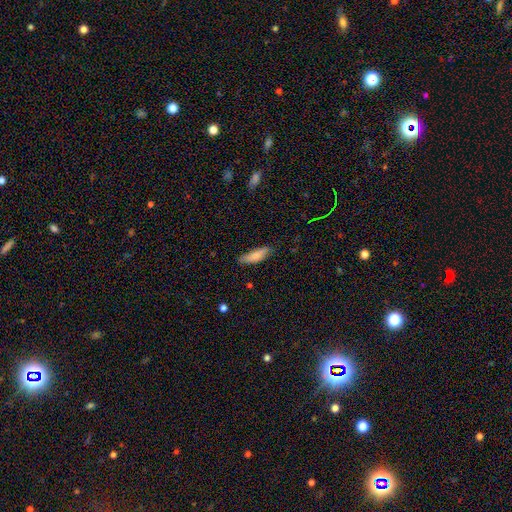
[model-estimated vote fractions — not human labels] Morphology: type=smooth (82%); roundness=cigar-shaped (53%); merging=none (80%).